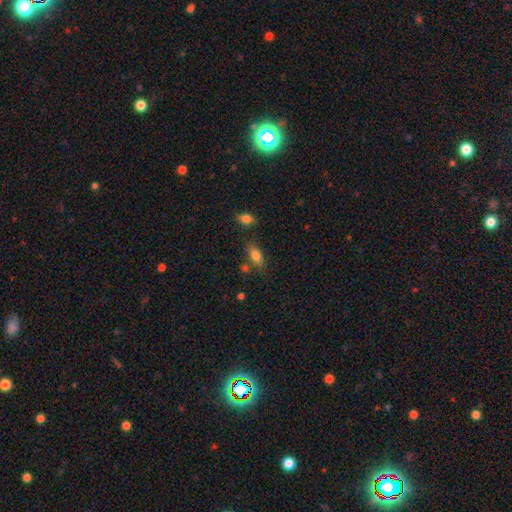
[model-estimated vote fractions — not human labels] Q: Smooth or featured?
A: smooth (79%); runner-up: featured or disk (11%)
Q: How rounded?
A: in between (84%); runner-up: cigar-shaped (10%)
Q: Merging?
A: none (69%); runner-up: minor disturbance (16%)